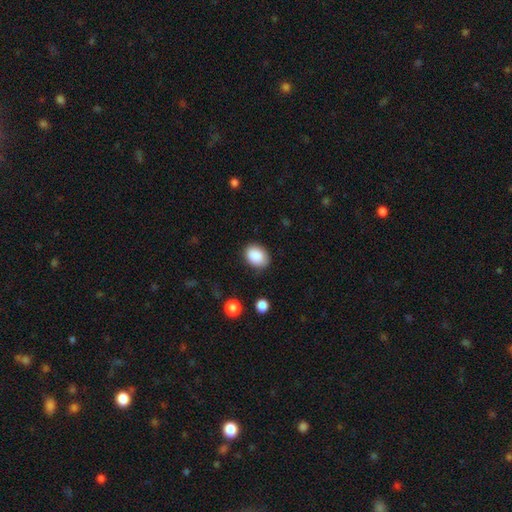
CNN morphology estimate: The model was most divided on "how rounded": in between: 65%, round: 34%, cigar-shaped: 1%. More confident: smooth or featured — smooth (89%); merging — none (81%).